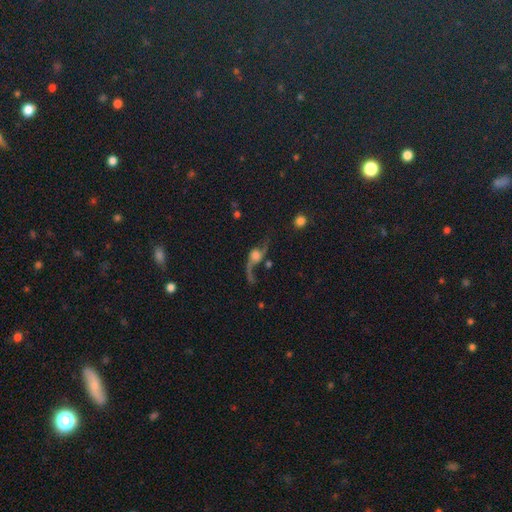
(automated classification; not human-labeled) featured or disk 75%, smooth 14%, star or artifact 11%. Down the decision tree: edge-on disk — no (90%); bar — no (68%); spiral arms — yes (92%); spiral arm count — 2 (87%); spiral winding — loose (93%); bulge size — large (32%); merging — none (50%).